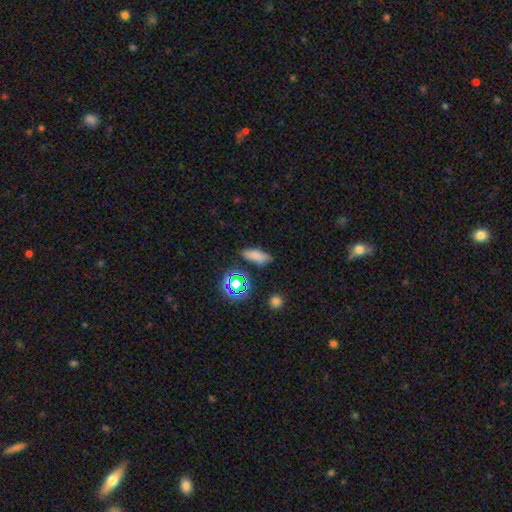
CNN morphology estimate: This is likely a smooth galaxy (73%). How rounded: likely in between (72%). Merging: clearly none (81%).